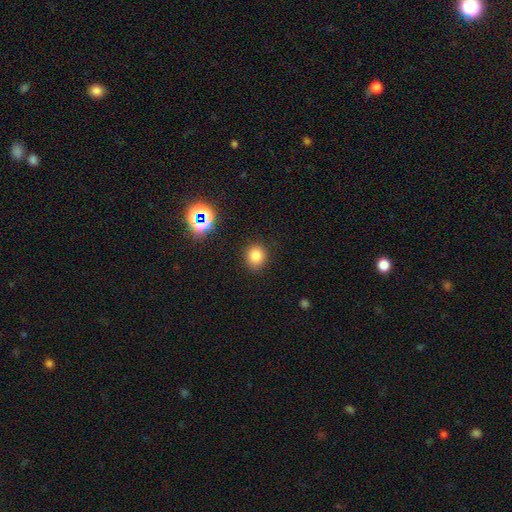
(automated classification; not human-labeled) This appears to be a smooth galaxy with no disk features (79%) that is round (77%). Merging: none (87%).